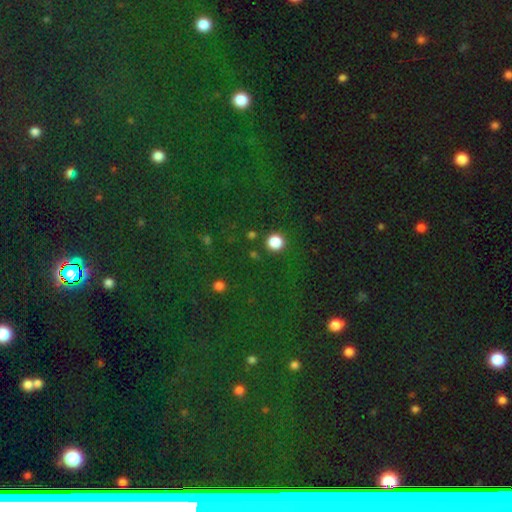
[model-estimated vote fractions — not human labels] Smooth or featured? star or artifact (76%)